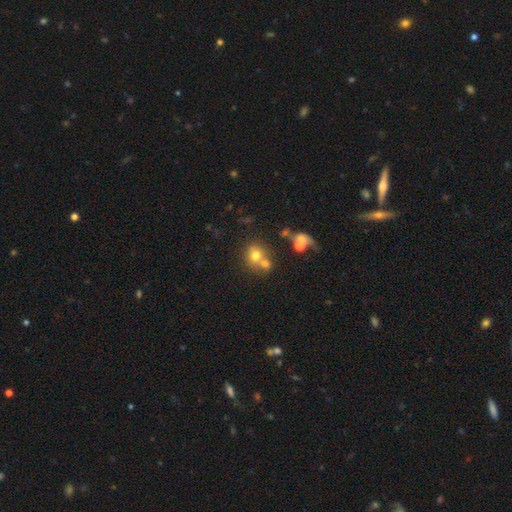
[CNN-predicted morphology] type=smooth (68%); roundness=round (71%); merging=merger (47%).